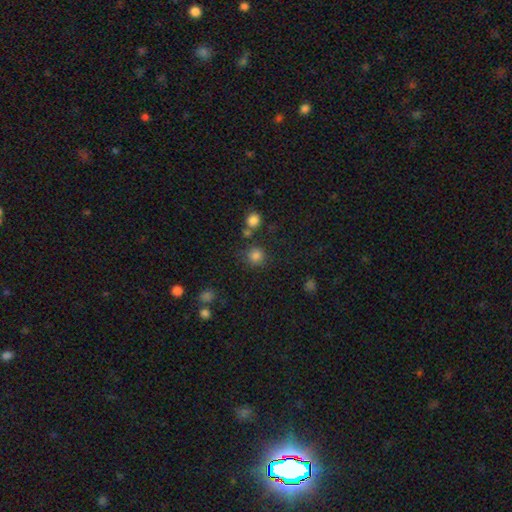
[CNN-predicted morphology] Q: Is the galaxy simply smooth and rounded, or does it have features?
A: smooth — 82%.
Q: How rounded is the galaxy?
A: round — 91%.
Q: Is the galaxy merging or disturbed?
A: none — 77%.